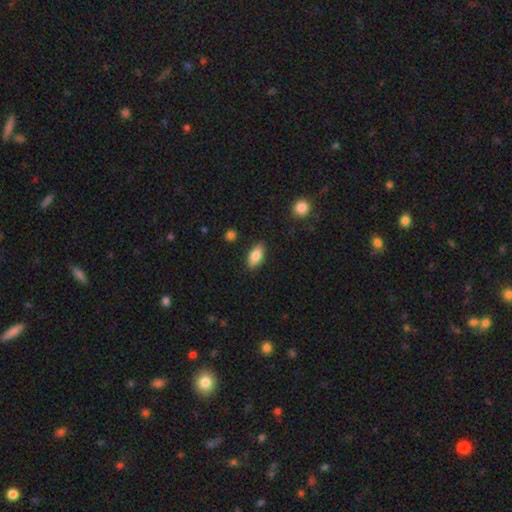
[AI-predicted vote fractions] A smooth galaxy with no disk features (82%) that is in between round and cigar-shaped (88%).

Vote fractions:
- Smooth or featured? smooth: 82% / featured or disk: 11% / star or artifact: 7%
- How rounded? in between: 88% / cigar-shaped: 9% / round: 3%
- Merging? none: 87% / minor disturbance: 9% / major disturbance: 2% / merger: 1%